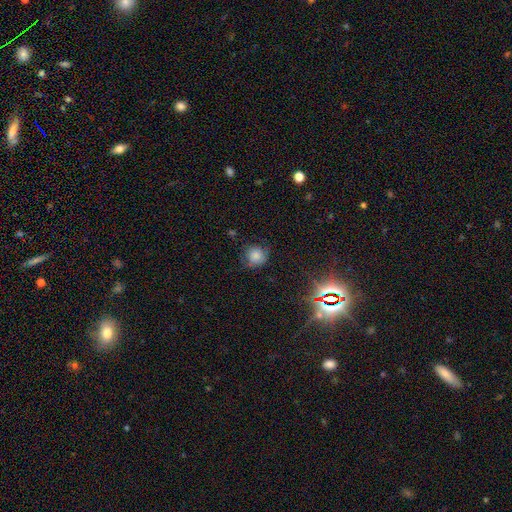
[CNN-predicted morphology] This appears to be a smooth galaxy with no disk features (74%) that is round (86%). Merging: none (62%).